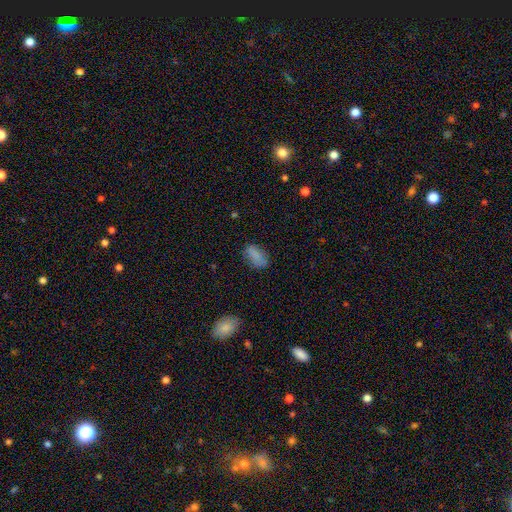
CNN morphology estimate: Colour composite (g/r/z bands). It shows a smooth galaxy with no disk features (83%) that is in between round and cigar-shaped (91%). Merging: none (73%).